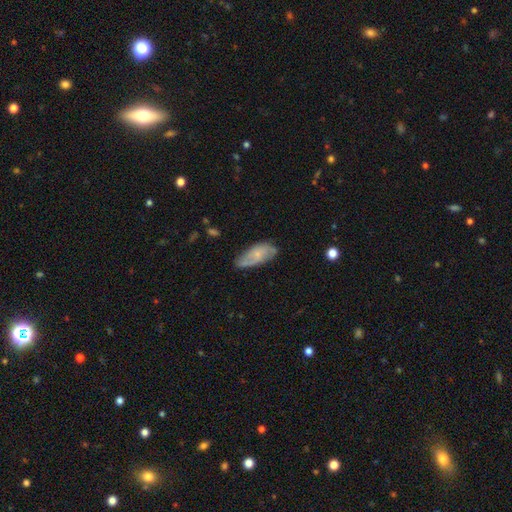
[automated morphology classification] Smooth or featured? Predicted: smooth (p=0.53). How rounded? Predicted: in between (p=0.85). Merging? Predicted: none (p=0.58).